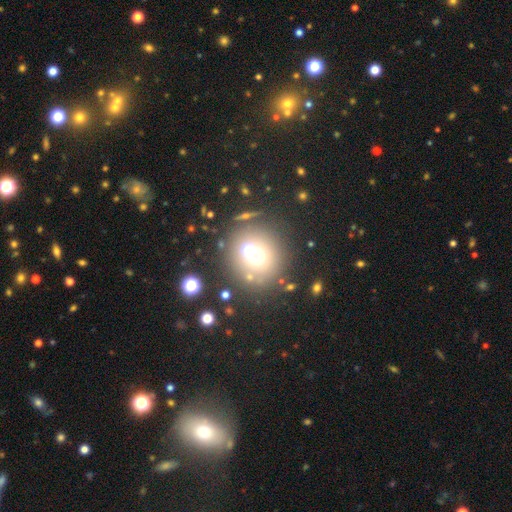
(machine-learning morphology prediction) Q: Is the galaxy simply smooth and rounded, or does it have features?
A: smooth — 56%.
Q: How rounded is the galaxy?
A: round — 91%.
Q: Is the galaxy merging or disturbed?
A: none — 67%.